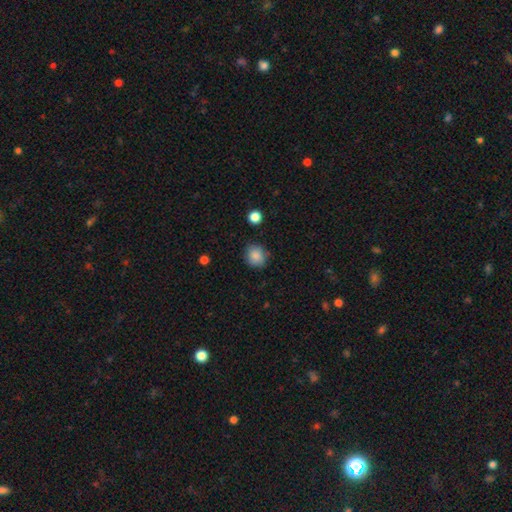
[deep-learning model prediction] Smooth or featured? Predicted: smooth (p=0.86). How rounded? Predicted: round (p=0.80). Merging? Predicted: none (p=0.81).